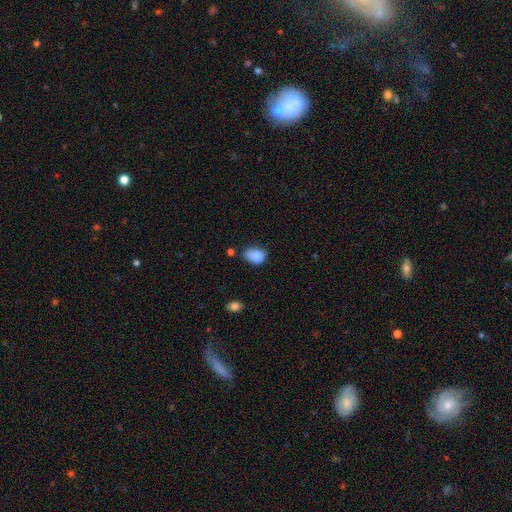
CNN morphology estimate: Smooth or featured: smooth — 88% (star or artifact — 8%)
How rounded: in between — 79% (round — 20%)
Merging: none — 62% (minor disturbance — 28%)